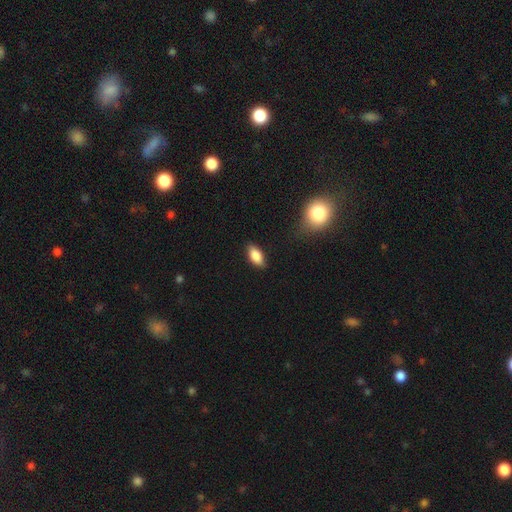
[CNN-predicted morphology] type=smooth (85%); roundness=in between (90%); merging=none (82%).